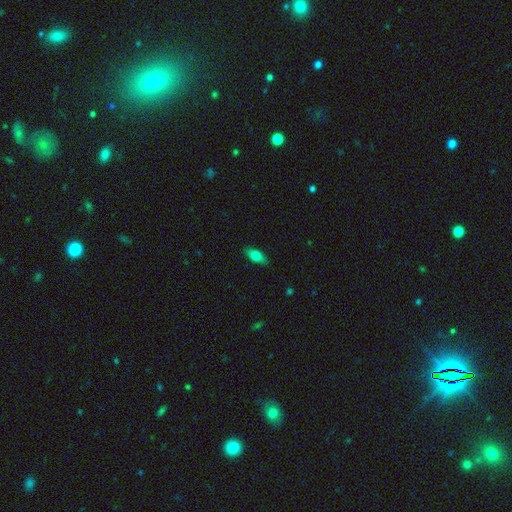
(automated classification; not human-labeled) A smooth galaxy with no disk features (69%) that is in between round and cigar-shaped (77%).

Vote fractions:
- Smooth or featured? smooth: 69% / featured or disk: 23% / star or artifact: 7%
- How rounded? in between: 77% / cigar-shaped: 19% / round: 4%
- Merging? none: 86% / minor disturbance: 11% / major disturbance: 2% / merger: 1%